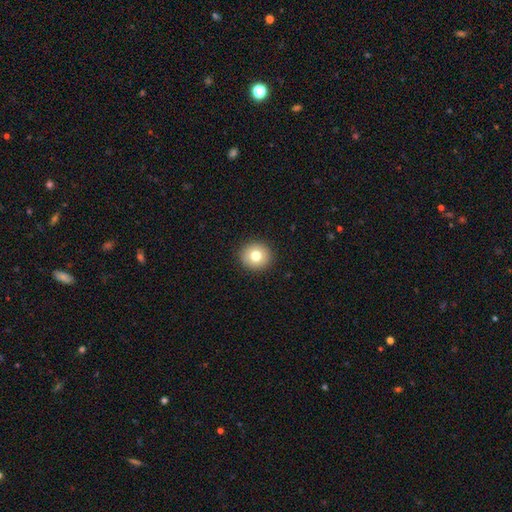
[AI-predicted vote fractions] This is likely a smooth galaxy (77%). How rounded: clearly round (93%). Merging: clearly none (92%).